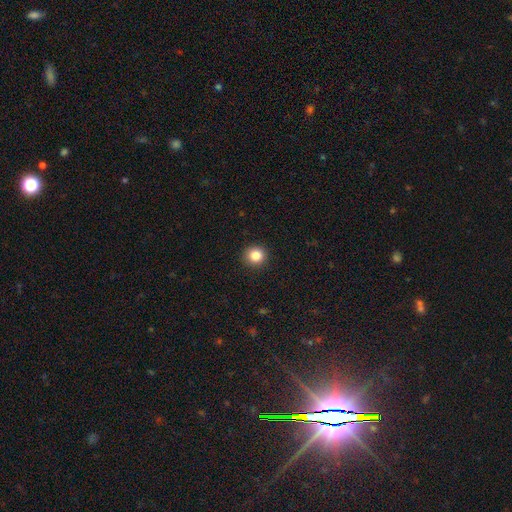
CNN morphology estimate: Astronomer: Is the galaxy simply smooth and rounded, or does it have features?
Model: smooth — 86%.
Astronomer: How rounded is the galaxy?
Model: round — 90%.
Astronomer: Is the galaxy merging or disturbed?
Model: none — 92%.